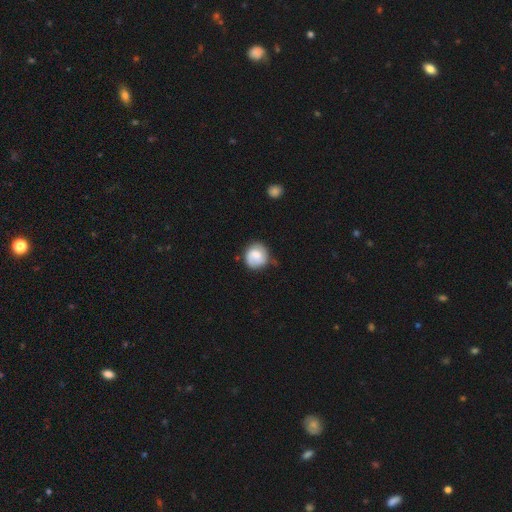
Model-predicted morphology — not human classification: The model was most divided on "smooth or featured": smooth: 57%, featured or disk: 36%, star or artifact: 7%. More confident: how rounded — round (86%); merging — none (65%).